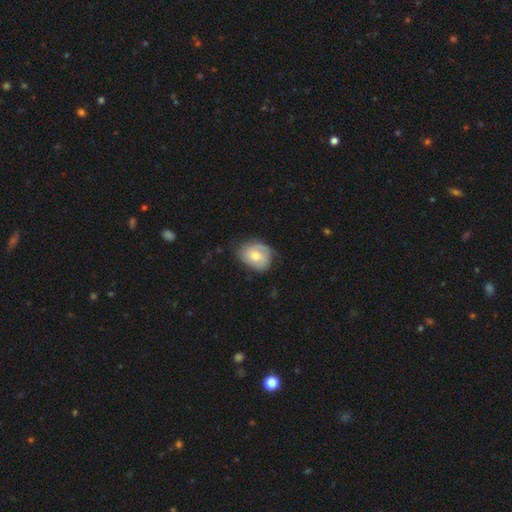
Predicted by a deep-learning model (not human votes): A smooth galaxy with no disk features (52%) that is in between round and cigar-shaped (57%). Merging: none (63%).